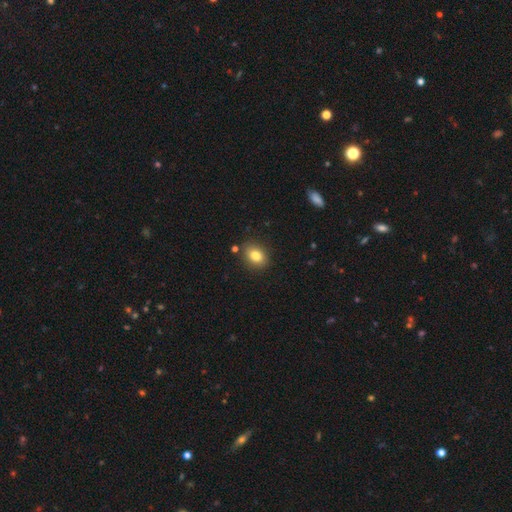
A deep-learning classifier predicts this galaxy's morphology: smooth-or-featured: smooth: 82% | star or artifact: 10% | featured or disk: 8%
  how-rounded: in between: 65% | round: 34% | cigar-shaped: 1%
  merging: none: 85% | minor disturbance: 10% | merger: 3% | major disturbance: 2%